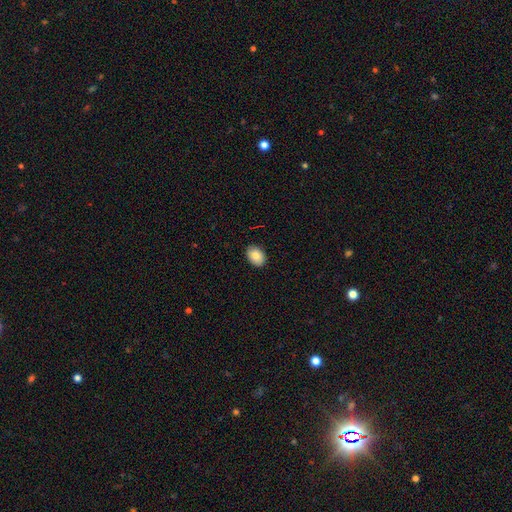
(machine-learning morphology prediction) type=smooth (82%); roundness=in between (79%); merging=none (89%).